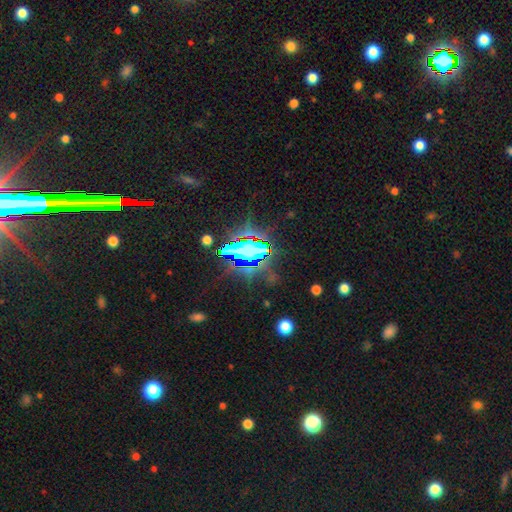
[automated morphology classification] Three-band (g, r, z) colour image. It shows a star or artifact, not a galaxy (79%).